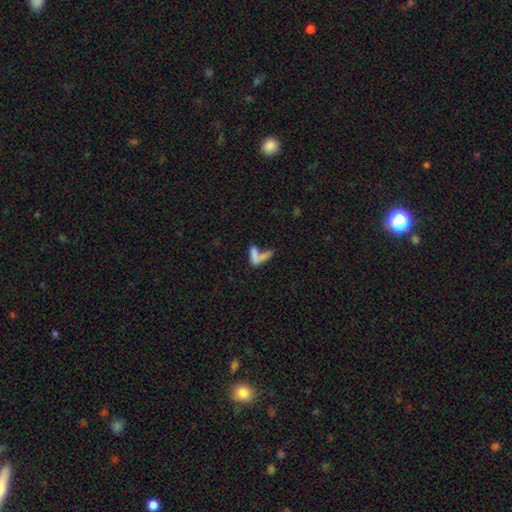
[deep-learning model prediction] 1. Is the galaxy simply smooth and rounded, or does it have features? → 65% smooth, 22% featured or disk, 13% star or artifact.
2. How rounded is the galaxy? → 51% in between, 43% cigar-shaped, 6% round.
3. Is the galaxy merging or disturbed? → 53% merger, 23% none, 15% major disturbance, 9% minor disturbance.